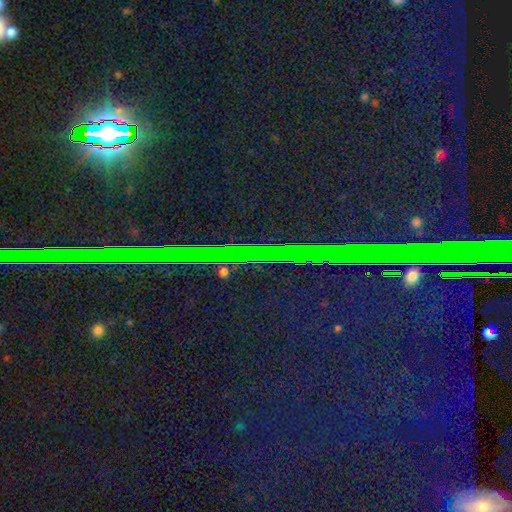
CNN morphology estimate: Smooth or featured? star or artifact (87%)